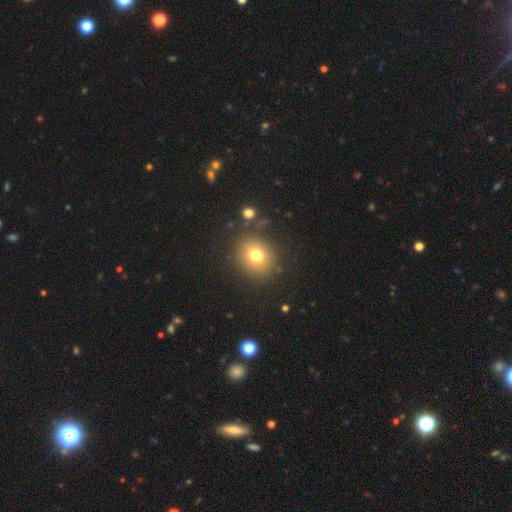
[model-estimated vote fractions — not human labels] This is likely a smooth galaxy (74%). How rounded: likely round (74%). Merging: clearly none (85%).